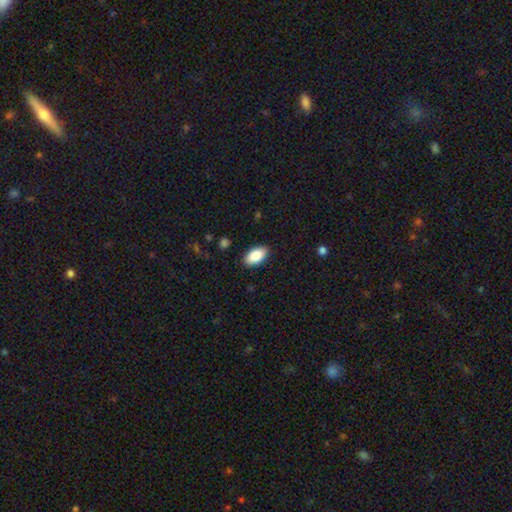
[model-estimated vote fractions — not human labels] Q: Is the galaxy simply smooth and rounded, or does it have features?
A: smooth — 87%.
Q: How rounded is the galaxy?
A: in between — 95%.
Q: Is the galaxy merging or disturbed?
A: none — 89%.